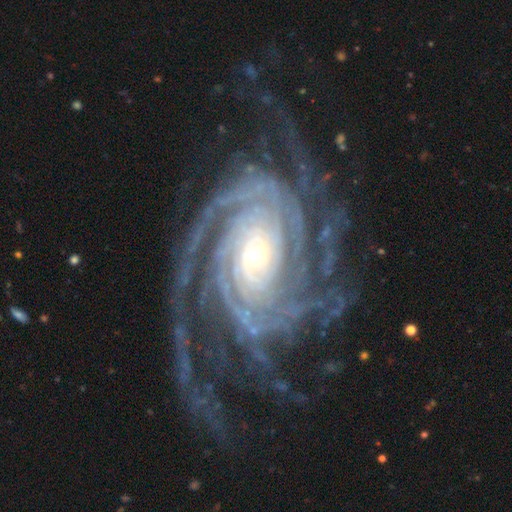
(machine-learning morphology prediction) featured or disk 93%, star or artifact 4%, smooth 2%. Down the decision tree: edge-on disk — no (97%); bar — no (57%); spiral arms — yes (99%); spiral arm count — 4 (21%); spiral winding — tight (72%); bulge size — small (61%); merging — none (66%).